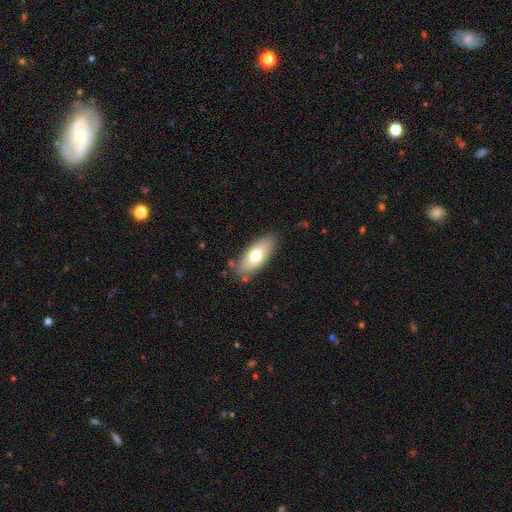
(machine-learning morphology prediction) smooth_or_featured: smooth (p=0.71) [alt: featured or disk p=0.22]
how_rounded: in between (p=0.79) [alt: cigar-shaped p=0.18]
merging: none (p=0.82) [alt: minor disturbance p=0.13]